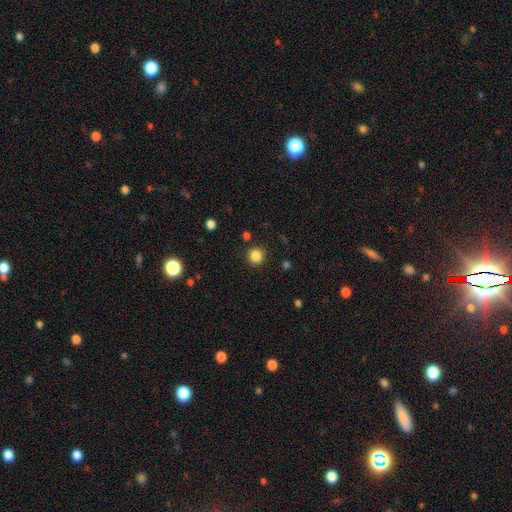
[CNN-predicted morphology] type=smooth (84%); roundness=round (93%); merging=none (90%).